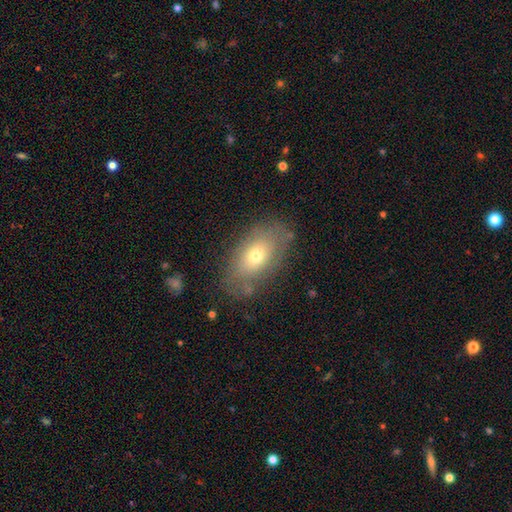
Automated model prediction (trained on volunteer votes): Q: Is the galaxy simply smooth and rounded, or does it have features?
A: smooth — 60%.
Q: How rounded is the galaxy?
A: in between — 89%.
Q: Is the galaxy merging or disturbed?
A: none — 75%.